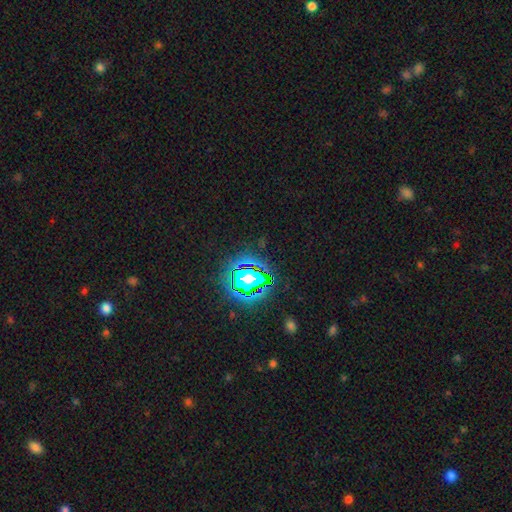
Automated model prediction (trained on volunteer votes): smooth_or_featured: star or artifact (p=0.79) [alt: smooth p=0.13]